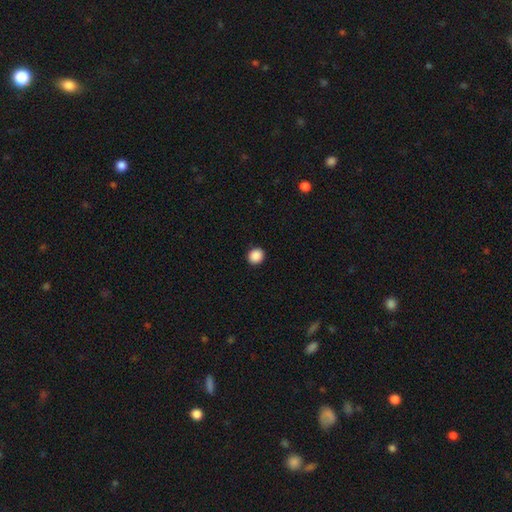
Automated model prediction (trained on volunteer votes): Overall: smooth (89%). How rounded: round (87%). Merging: none (93%).